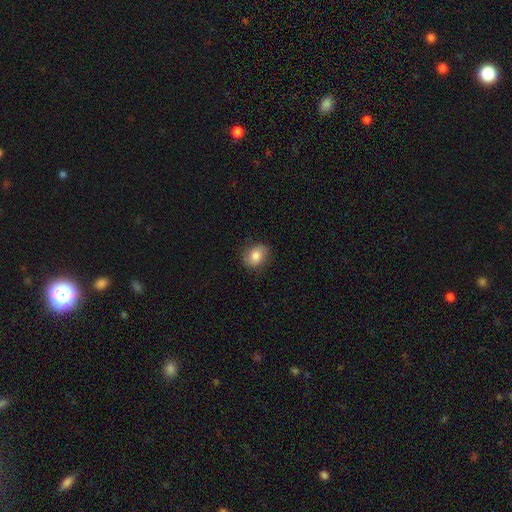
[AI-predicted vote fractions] Morphology: type=smooth (79%); roundness=round (52%); merging=none (82%).